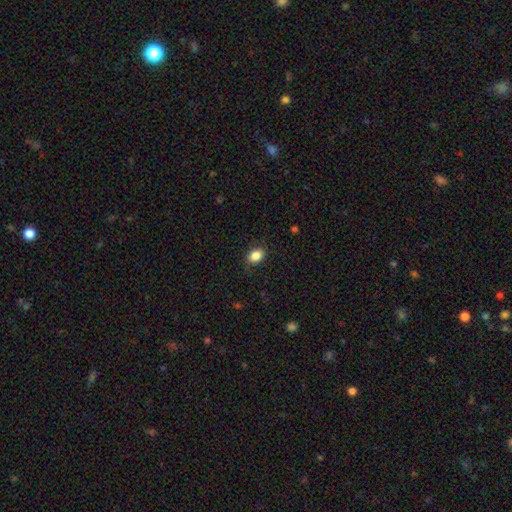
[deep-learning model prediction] Q: Smooth or featured?
A: smooth (87%); runner-up: star or artifact (9%)
Q: How rounded?
A: in between (73%); runner-up: round (26%)
Q: Merging?
A: none (84%); runner-up: minor disturbance (12%)